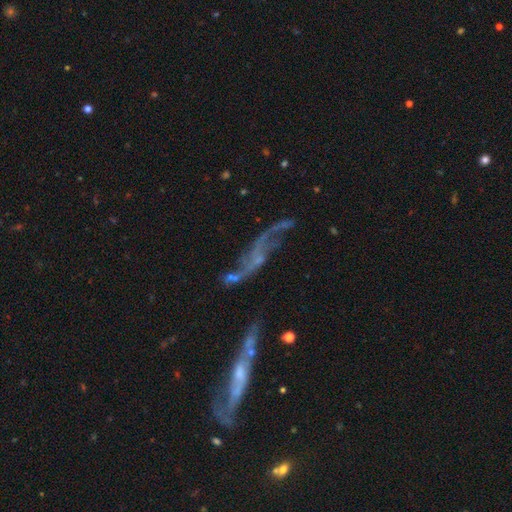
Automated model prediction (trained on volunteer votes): The model was most divided on "bulge size": small: 46%, none: 38%, moderate: 13%, large: 2%, dominant: 1%. Remaining: spiral arms — yes (77%); edge-on disk — no (75%); smooth or featured — featured or disk (72%); bar — no (57%); merging — none (43%).